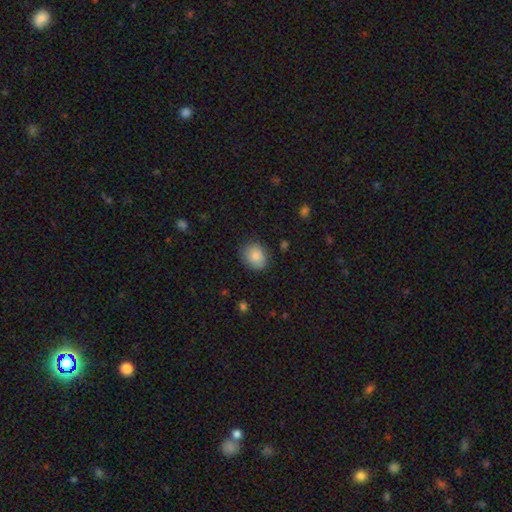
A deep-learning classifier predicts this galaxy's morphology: Overall: smooth (83%). How rounded: round (60%; in between 39%). Merging: none (81%).